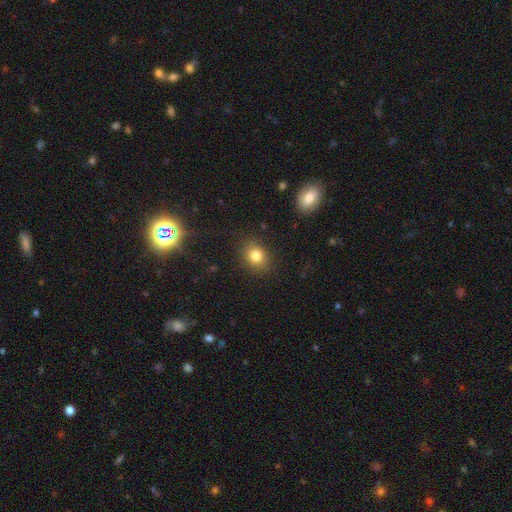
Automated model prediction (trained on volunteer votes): Q: Smooth or featured?
A: smooth (80%); runner-up: star or artifact (12%)
Q: How rounded?
A: round (55%); runner-up: in between (44%)
Q: Merging?
A: none (85%); runner-up: minor disturbance (11%)